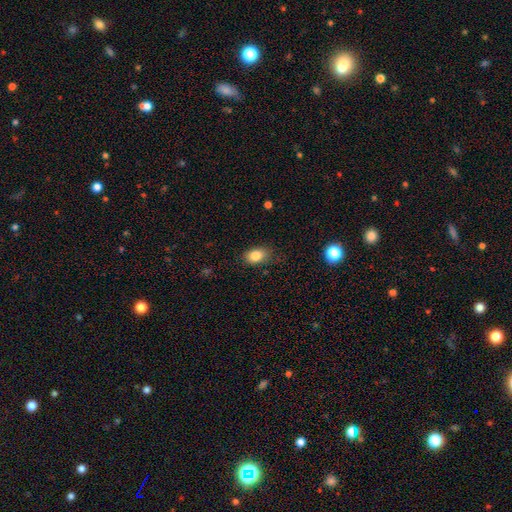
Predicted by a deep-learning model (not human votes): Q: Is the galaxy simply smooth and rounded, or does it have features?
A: smooth — 83%.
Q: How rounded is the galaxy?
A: in between — 82%.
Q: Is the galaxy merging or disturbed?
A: none — 76%.